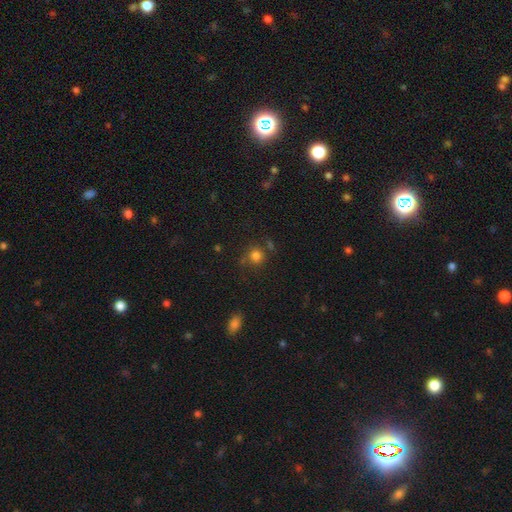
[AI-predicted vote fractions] Q: Smooth or featured?
A: smooth (78%); runner-up: star or artifact (14%)
Q: How rounded?
A: round (89%); runner-up: in between (10%)
Q: Merging?
A: none (71%); runner-up: minor disturbance (14%)